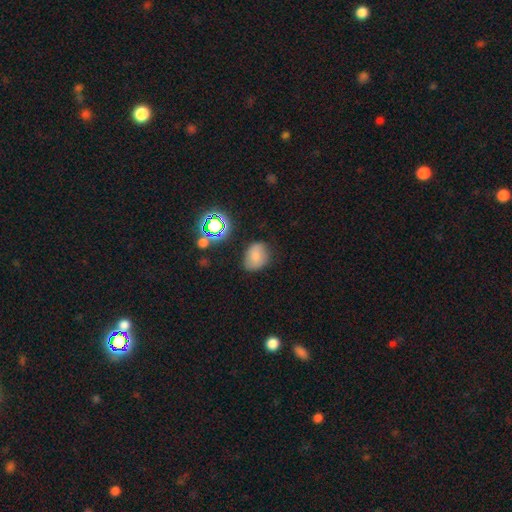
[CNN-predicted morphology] This is likely a smooth galaxy (72%). How rounded: possibly in between (60%). Merging: likely none (71%).